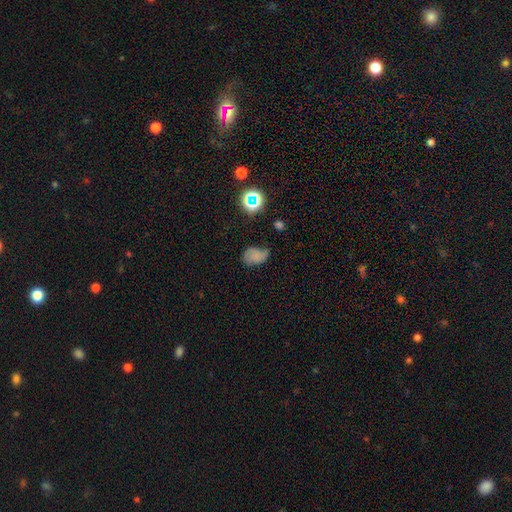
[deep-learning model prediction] Smooth or featured? Predicted: smooth (p=0.60). How rounded? Predicted: in between (p=0.78). Merging? Predicted: none (p=0.39).